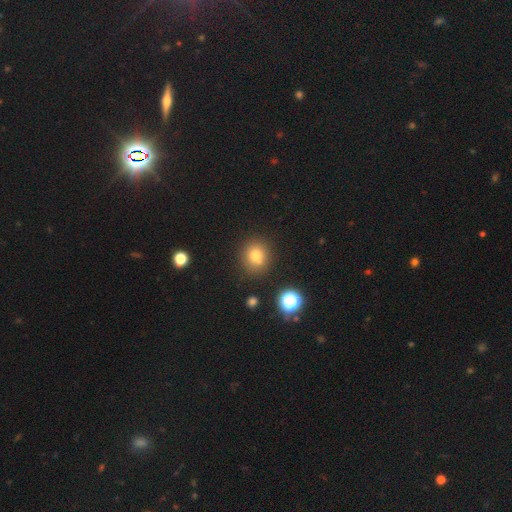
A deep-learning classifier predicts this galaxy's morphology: smooth 75%, star or artifact 15%, featured or disk 10%. Down the decision tree: how rounded — round (80%); merging — none (75%).